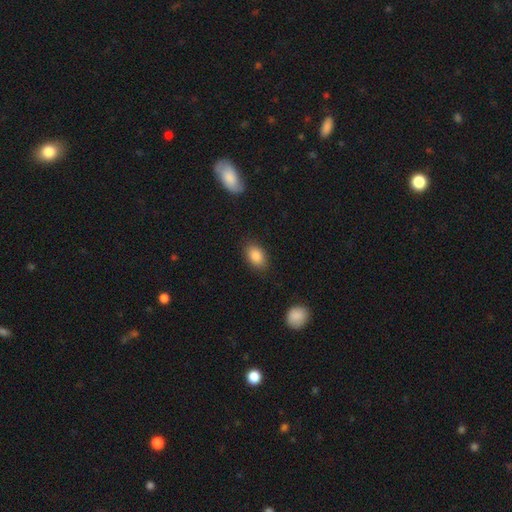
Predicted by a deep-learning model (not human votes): Q: Smooth or featured?
A: smooth (86%); runner-up: star or artifact (8%)
Q: How rounded?
A: in between (88%); runner-up: round (10%)
Q: Merging?
A: none (84%); runner-up: minor disturbance (11%)